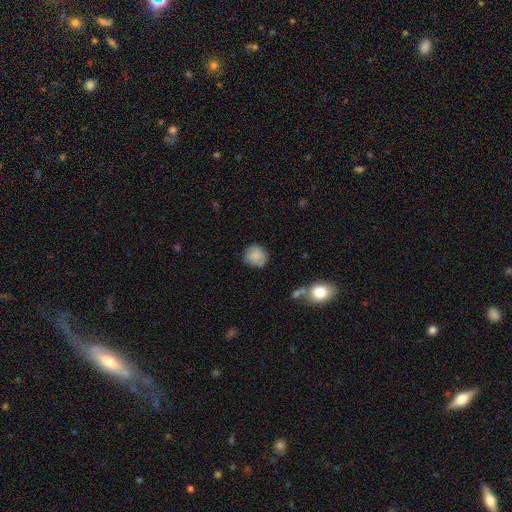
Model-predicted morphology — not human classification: smooth_or_featured: smooth (p=0.82) [alt: featured or disk p=0.10]
how_rounded: round (p=0.84) [alt: in between p=0.15]
merging: none (p=0.71) [alt: minor disturbance p=0.21]